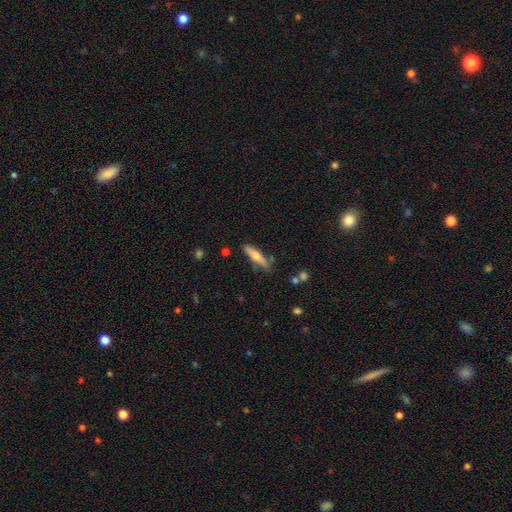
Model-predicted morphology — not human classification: type=smooth (60%); roundness=cigar-shaped (78%); merging=none (77%).